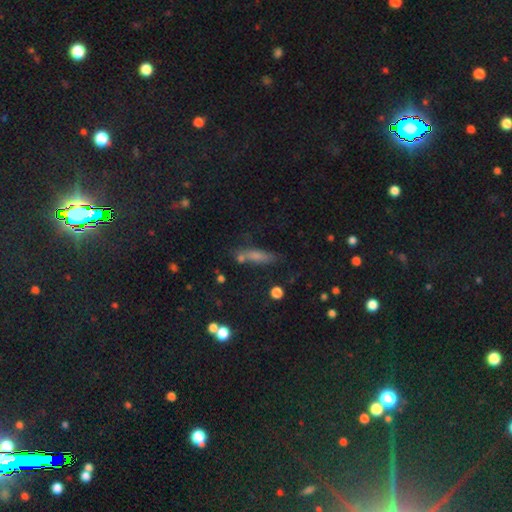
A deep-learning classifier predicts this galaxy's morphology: This appears to be a smooth galaxy with no disk features (53%) that is cigar-shaped (66%). Merging: none (69%).